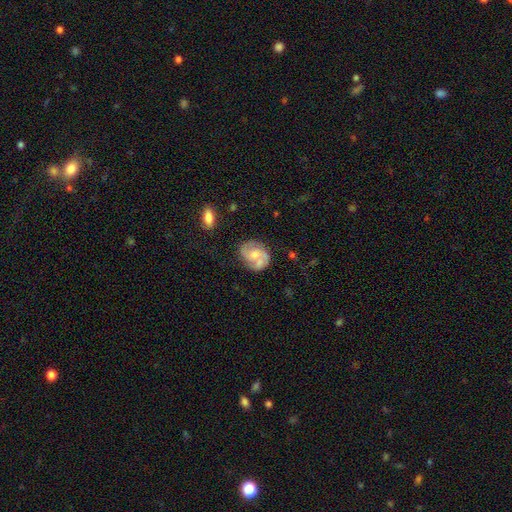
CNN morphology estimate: This is likely a featured or disk galaxy (73%). It is clearly not viewed edge-on (98%). Bar: possibly no (59%). Spiral arm pattern: clearly yes (91%). Spiral arm count: likely 2 (72%). Spiral winding: possibly medium (50%). Central bulge: possibly moderate (51%). Merging: likely none (65%).